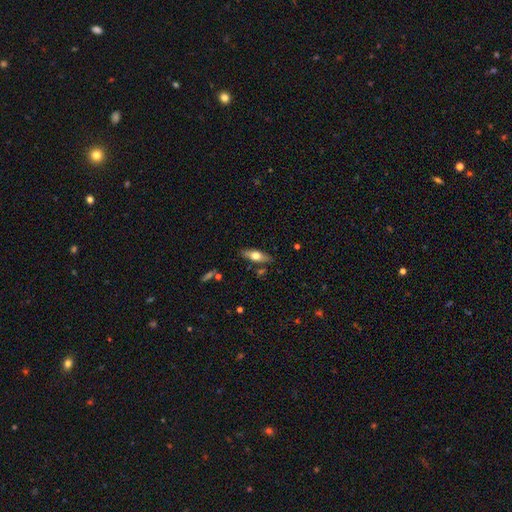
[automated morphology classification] smooth_or_featured: smooth (p=0.51) [alt: featured or disk p=0.42]
how_rounded: in between (p=0.58) [alt: cigar-shaped p=0.38]
merging: none (p=0.83) [alt: minor disturbance p=0.11]